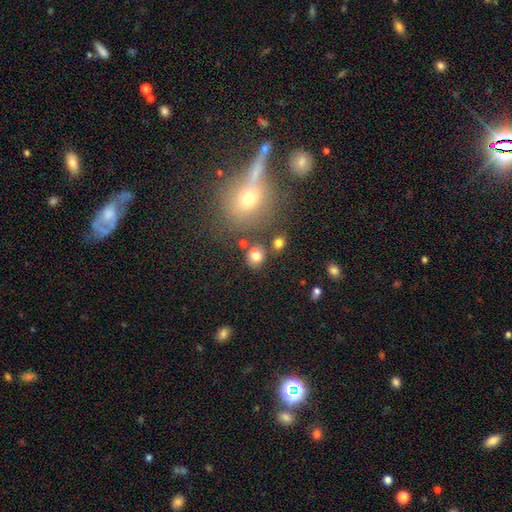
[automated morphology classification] Smooth or featured: smooth — 78% (star or artifact — 14%)
How rounded: round — 62% (in between — 37%)
Merging: none — 72% (minor disturbance — 12%)